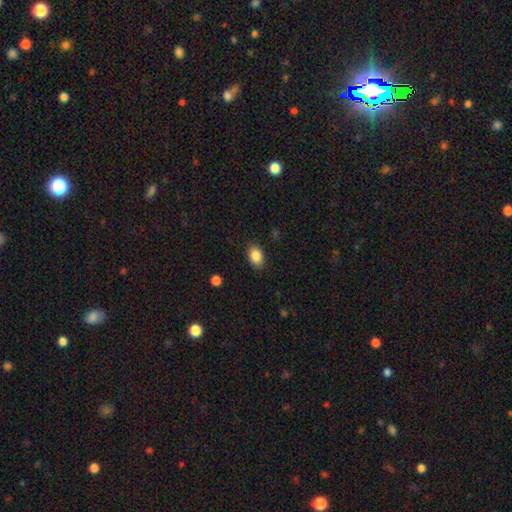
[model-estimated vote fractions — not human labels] Smooth or featured: smooth — 86% (star or artifact — 9%)
How rounded: in between — 78% (round — 21%)
Merging: none — 86% (minor disturbance — 10%)